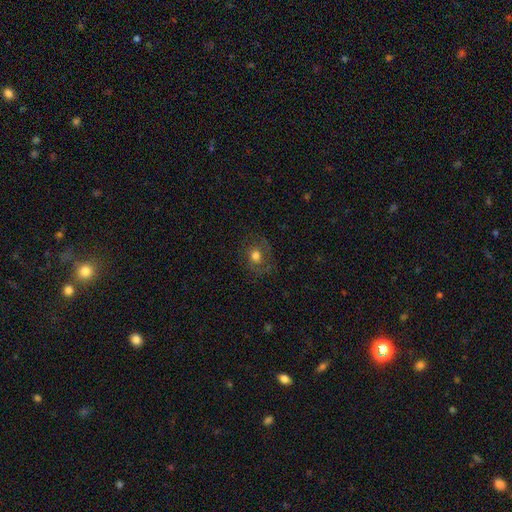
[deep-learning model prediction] Smooth or featured: smooth — 59% (featured or disk — 27%)
How rounded: round — 70% (in between — 29%)
Merging: none — 71% (minor disturbance — 17%)